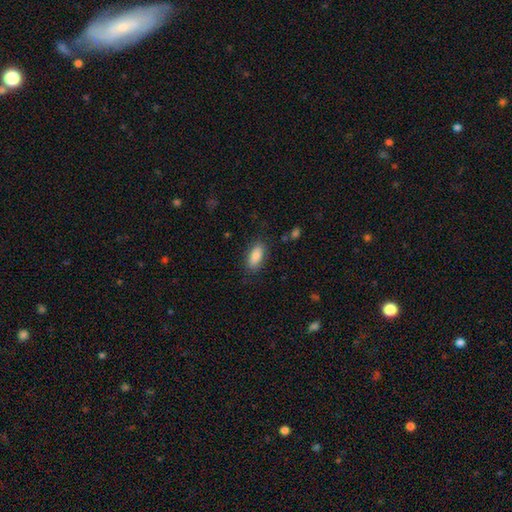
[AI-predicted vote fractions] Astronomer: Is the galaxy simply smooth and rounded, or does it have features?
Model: smooth — 86%.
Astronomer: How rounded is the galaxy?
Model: in between — 86%.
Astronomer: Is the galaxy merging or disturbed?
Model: none — 84%.